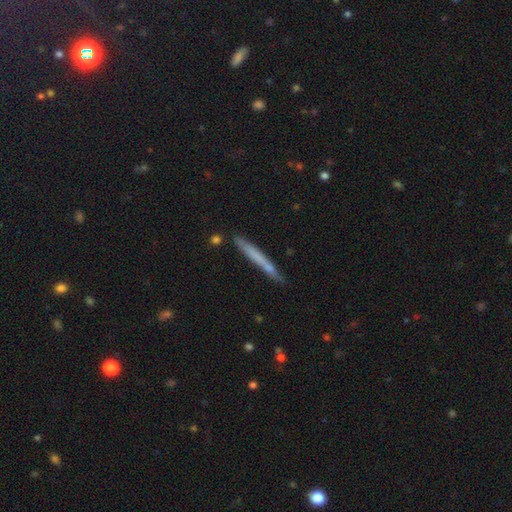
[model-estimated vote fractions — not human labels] A smooth galaxy with no disk features (59%) that is cigar-shaped (97%).

Vote fractions:
- Smooth or featured? smooth: 59% / featured or disk: 35% / star or artifact: 6%
- How rounded? cigar-shaped: 97% / in between: 2% / round: 1%
- Merging? none: 81% / minor disturbance: 13% / merger: 3% / major disturbance: 2%